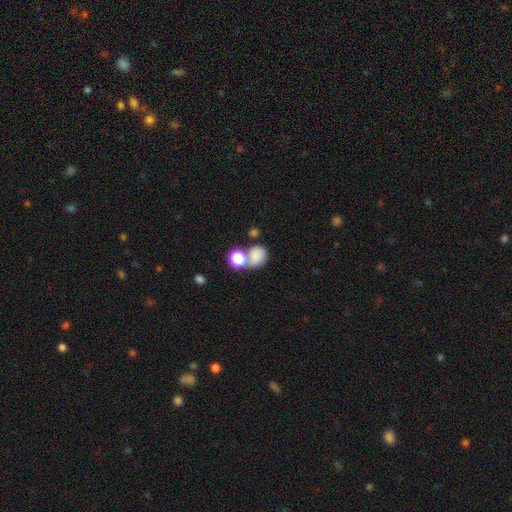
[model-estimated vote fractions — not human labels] Q: Smooth or featured?
A: smooth (77%); runner-up: star or artifact (13%)
Q: How rounded?
A: round (57%); runner-up: in between (42%)
Q: Merging?
A: merger (44%); runner-up: none (36%)